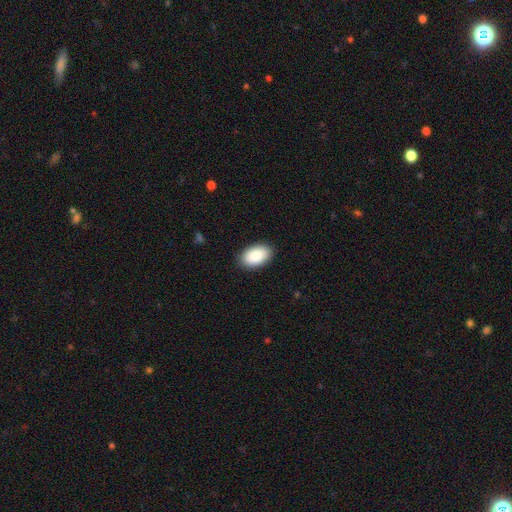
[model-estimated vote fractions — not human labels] Smooth or featured? smooth (89%)
How rounded? in between (94%)
Merging? none (89%)